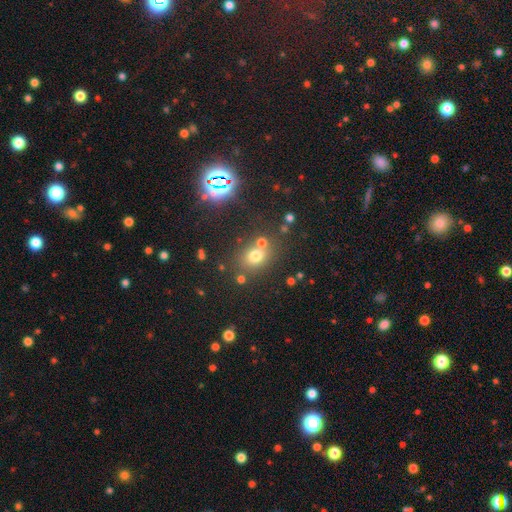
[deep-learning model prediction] This is likely a smooth galaxy (68%). How rounded: likely round (60%). Merging: likely none (64%).